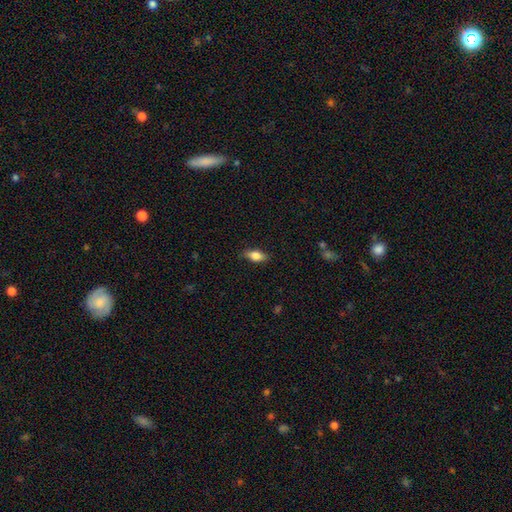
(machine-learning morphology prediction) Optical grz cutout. It shows a smooth galaxy with no disk features (79%) that is in between round and cigar-shaped (84%). Merging: none (83%).